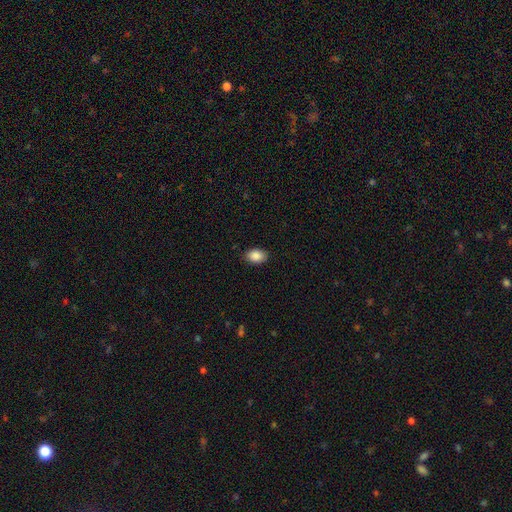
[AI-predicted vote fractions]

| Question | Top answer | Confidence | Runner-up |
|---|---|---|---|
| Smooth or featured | smooth | 88% | star or artifact (7%) |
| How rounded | in between | 84% | round (15%) |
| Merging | none | 88% | minor disturbance (9%) |